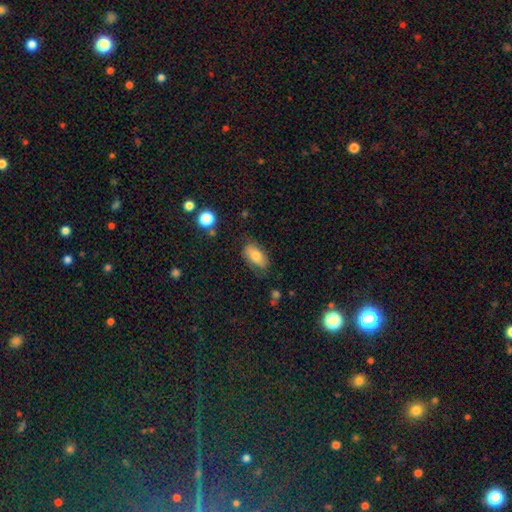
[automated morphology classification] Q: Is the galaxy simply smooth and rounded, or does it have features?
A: smooth — 73%.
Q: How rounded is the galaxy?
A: in between — 90%.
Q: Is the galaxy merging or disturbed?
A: none — 71%.